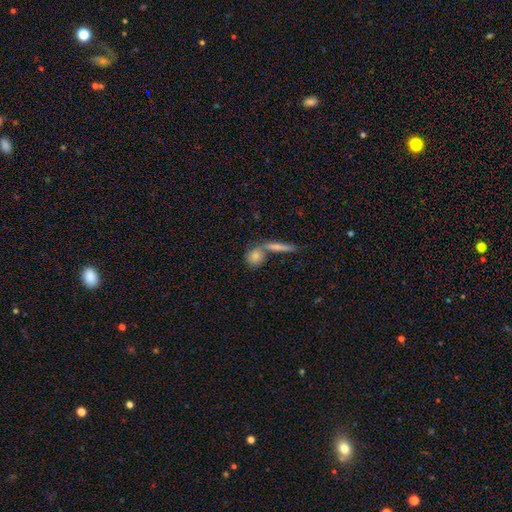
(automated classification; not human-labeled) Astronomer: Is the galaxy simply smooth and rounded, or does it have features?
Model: smooth — 52%.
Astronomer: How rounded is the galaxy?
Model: round — 37% (runner-up: in between, 36%).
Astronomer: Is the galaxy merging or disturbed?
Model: none — 44% (runner-up: merger, 40%).